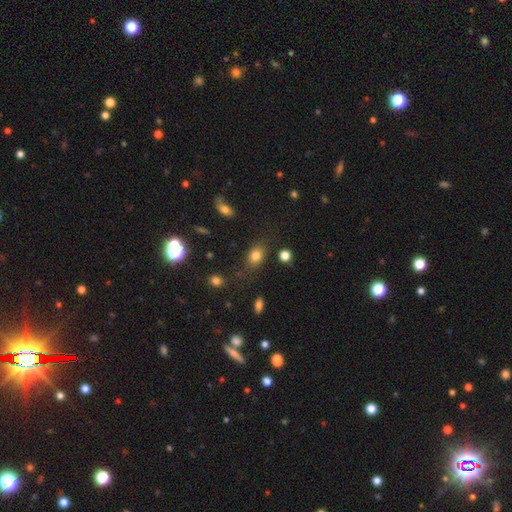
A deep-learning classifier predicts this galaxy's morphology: Smooth or featured: smooth — 78% (star or artifact — 13%)
How rounded: in between — 70% (round — 28%)
Merging: none — 72% (minor disturbance — 17%)